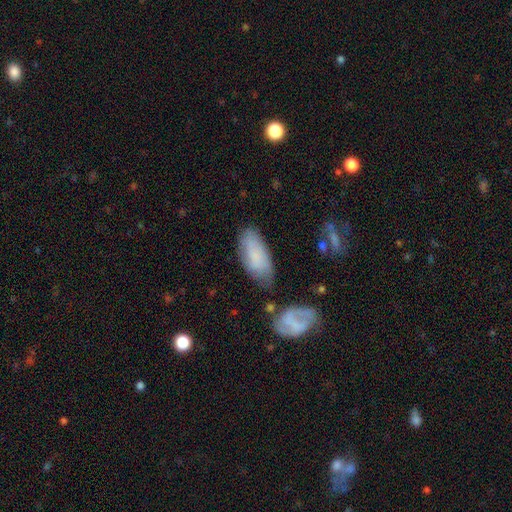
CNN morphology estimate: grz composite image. It shows a smooth galaxy with no disk features (71%) that is in between round and cigar-shaped (86%). Merging: none (58%).